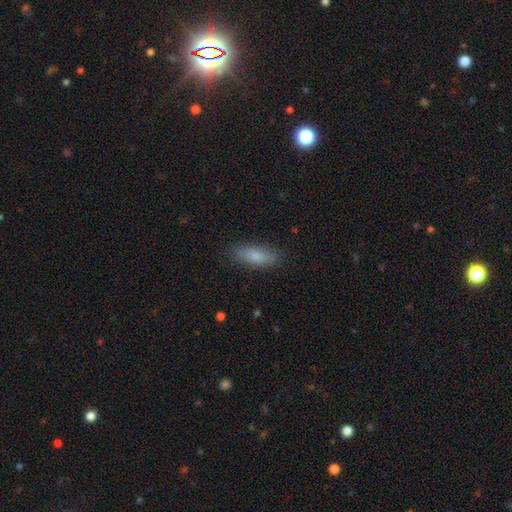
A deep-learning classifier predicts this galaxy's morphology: Q: Smooth or featured?
A: smooth (83%); runner-up: featured or disk (10%)
Q: How rounded?
A: in between (64%); runner-up: cigar-shaped (34%)
Q: Merging?
A: none (84%); runner-up: minor disturbance (12%)